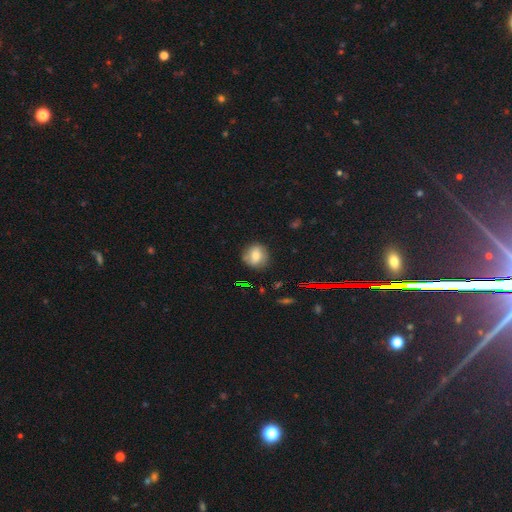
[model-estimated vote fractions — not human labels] Smooth or featured: smooth — 68% (featured or disk — 19%)
How rounded: round — 83% (in between — 16%)
Merging: none — 78% (minor disturbance — 16%)